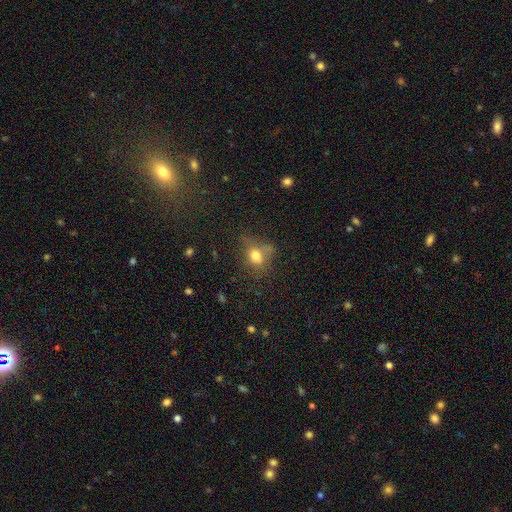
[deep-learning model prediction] smooth 70%, star or artifact 15%, featured or disk 15%. Down the decision tree: how rounded — in between (51%); merging — none (47%).